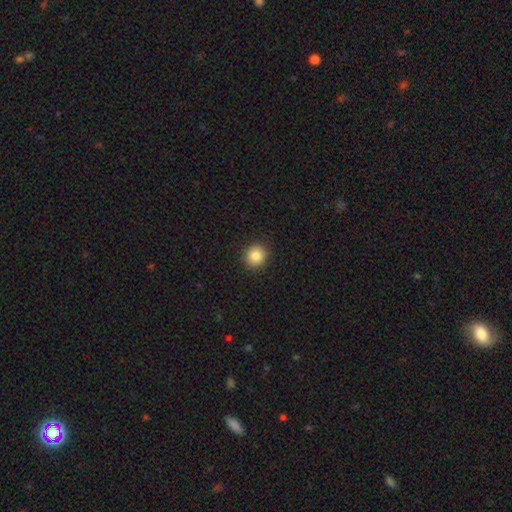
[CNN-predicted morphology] smooth-or-featured: smooth: 84% | star or artifact: 10% | featured or disk: 6%
  how-rounded: round: 89% | in between: 10% | cigar-shaped: 1%
  merging: none: 92% | minor disturbance: 5% | major disturbance: 2% | merger: 1%